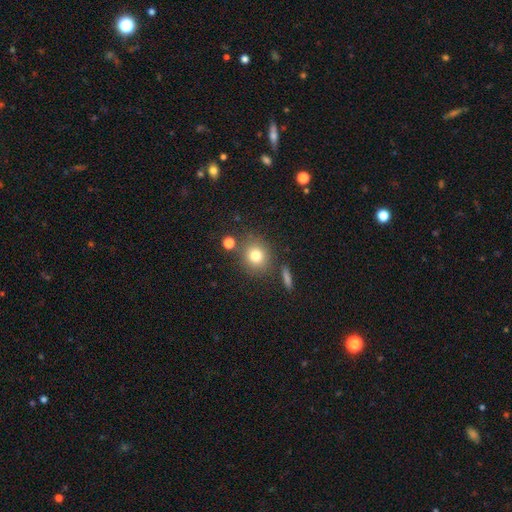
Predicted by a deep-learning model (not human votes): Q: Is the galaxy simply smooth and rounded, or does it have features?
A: smooth — 79%.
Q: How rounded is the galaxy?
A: round — 80%.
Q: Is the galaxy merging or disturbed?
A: none — 78%.